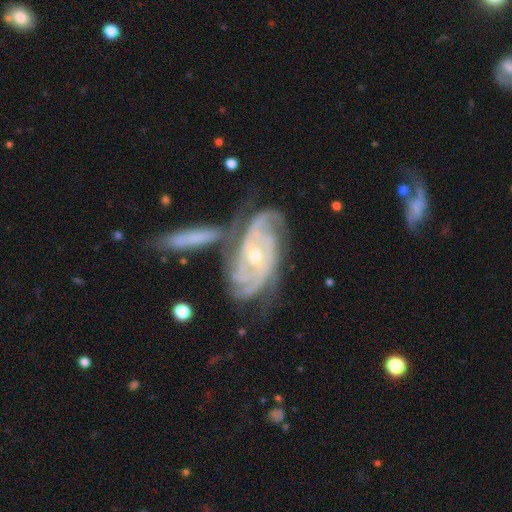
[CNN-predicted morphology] type=featured or disk (90%); edge-on=no (95%); bar=no (61%); spiral arms=yes (98%); winding=tight (67%); arm count=3 (33%); bulge=moderate (54%); merging=none (54%).